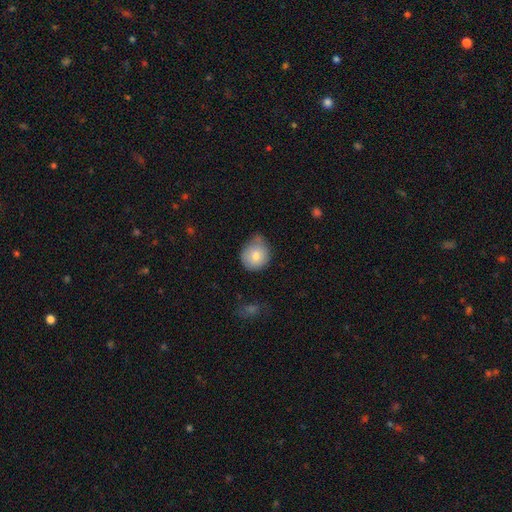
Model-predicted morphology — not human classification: Smooth or featured? Predicted: smooth (p=0.79). How rounded? Predicted: round (p=0.84). Merging? Predicted: none (p=0.55).